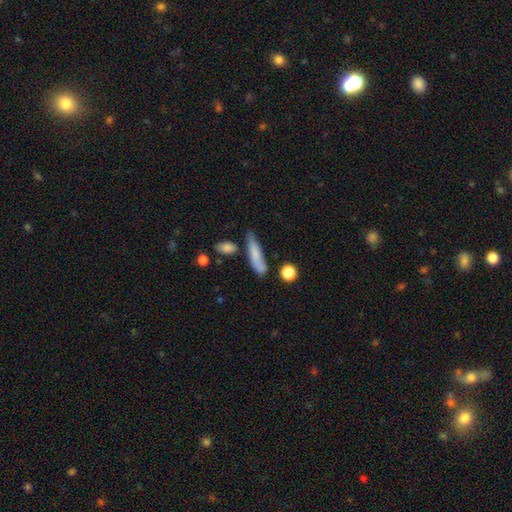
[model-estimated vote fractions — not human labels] This is likely a smooth galaxy (76%). How rounded: likely cigar-shaped (74%). Merging: likely none (63%).